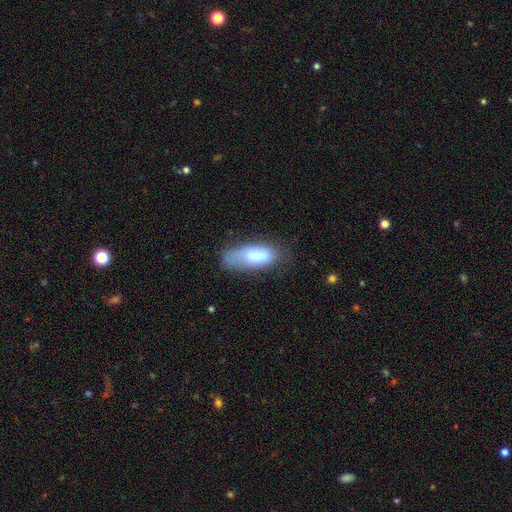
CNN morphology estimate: smooth-or-featured: smooth: 76% | featured or disk: 16% | star or artifact: 8%
  how-rounded: in between: 77% | cigar-shaped: 21% | round: 2%
  merging: none: 43% | minor disturbance: 34% | major disturbance: 19% | merger: 4%